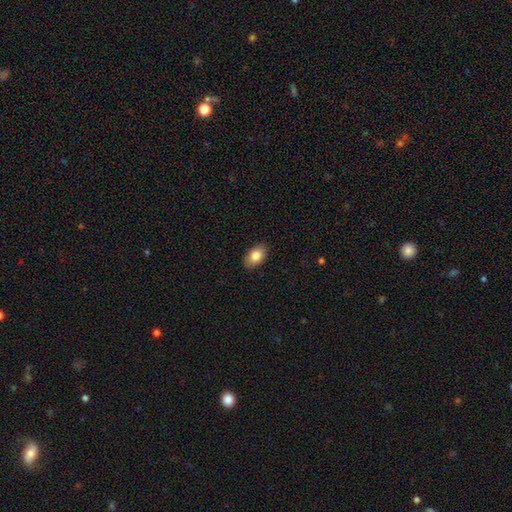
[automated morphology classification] Smooth or featured?
  - smooth: 82% *
  - featured or disk: 10%
  - star or artifact: 7%
How rounded?
  - in between: 89% *
  - round: 9%
  - cigar-shaped: 1%
Merging?
  - none: 88% *
  - minor disturbance: 9%
  - major disturbance: 2%
  - merger: 1%